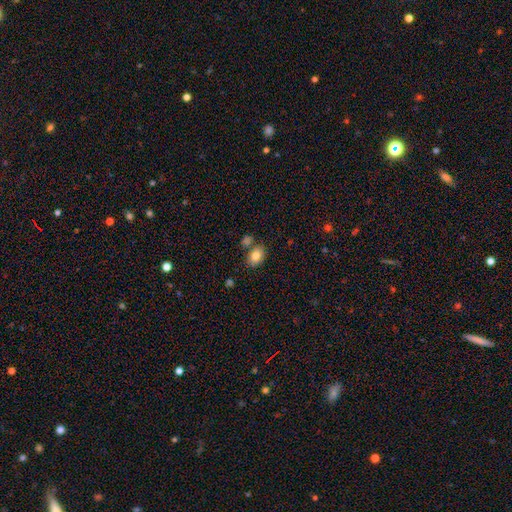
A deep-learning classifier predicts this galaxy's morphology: type=smooth (82%); roundness=in between (76%); merging=none (69%).